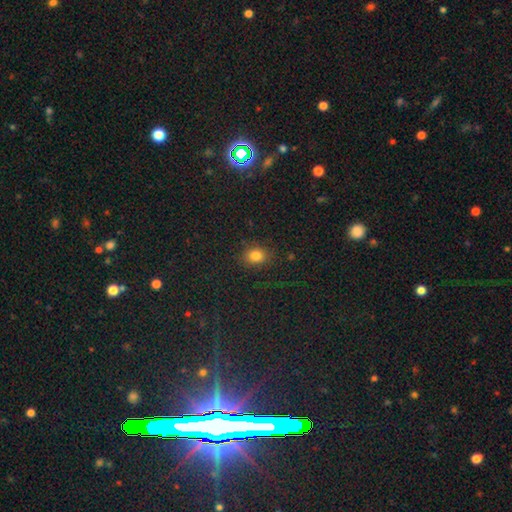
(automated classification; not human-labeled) Smooth or featured: smooth — 81% (star or artifact — 14%)
How rounded: round — 51% (in between — 48%)
Merging: none — 84% (minor disturbance — 11%)